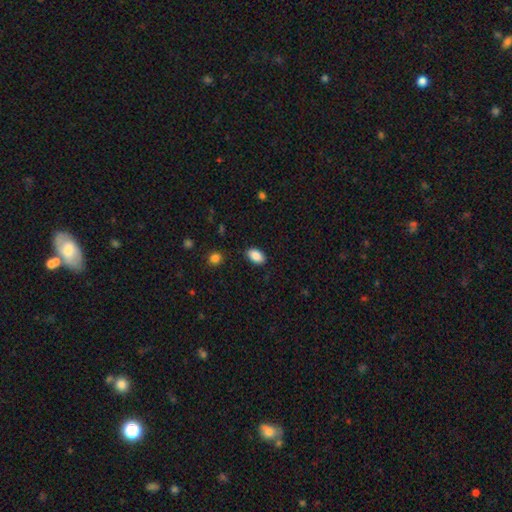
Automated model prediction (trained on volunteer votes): A smooth galaxy with no disk features (88%) that is in between round and cigar-shaped (91%).

Vote fractions:
- Smooth or featured? smooth: 88% / star or artifact: 8% / featured or disk: 4%
- How rounded? in between: 91% / round: 8% / cigar-shaped: 1%
- Merging? none: 86% / minor disturbance: 10% / major disturbance: 2% / merger: 1%